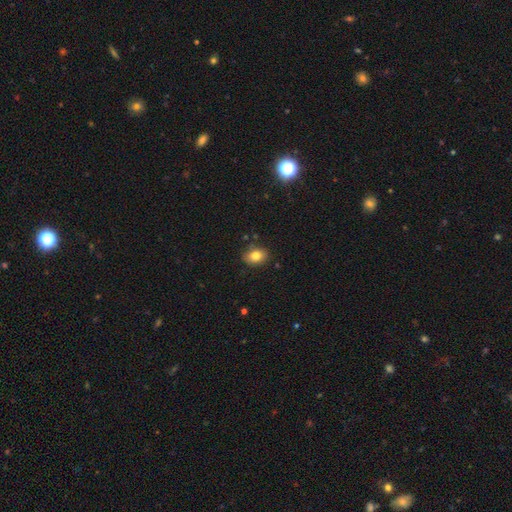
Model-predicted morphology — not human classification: Smooth or featured: smooth — 81% (star or artifact — 10%)
How rounded: in between — 68% (round — 31%)
Merging: none — 84% (minor disturbance — 12%)